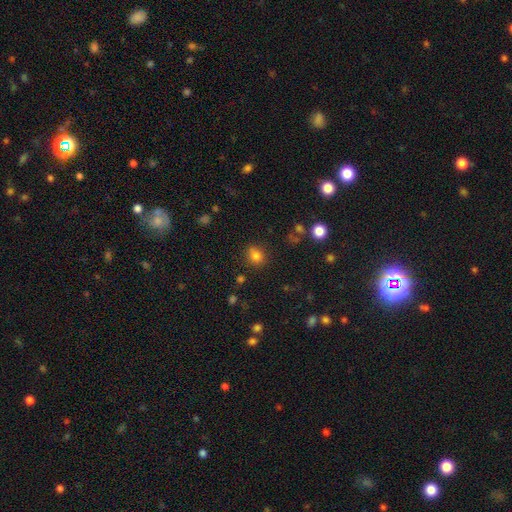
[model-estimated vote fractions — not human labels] Q: Smooth or featured?
A: smooth (80%); runner-up: star or artifact (14%)
Q: How rounded?
A: round (66%); runner-up: in between (33%)
Q: Merging?
A: none (80%); runner-up: minor disturbance (13%)